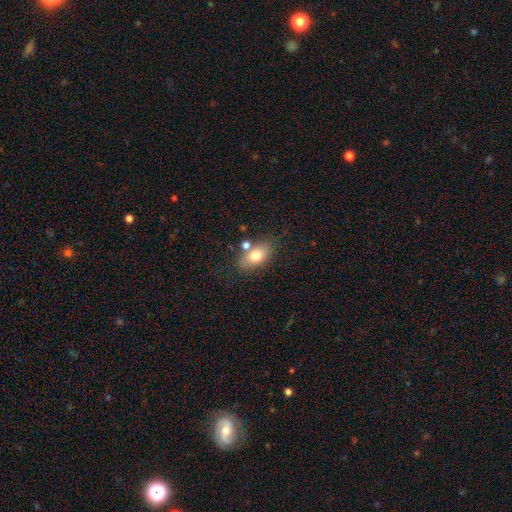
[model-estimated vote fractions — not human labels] smooth-or-featured: smooth: 75% | featured or disk: 16% | star or artifact: 9%
  how-rounded: in between: 86% | round: 11% | cigar-shaped: 3%
  merging: none: 69% | minor disturbance: 14% | merger: 13% | major disturbance: 4%